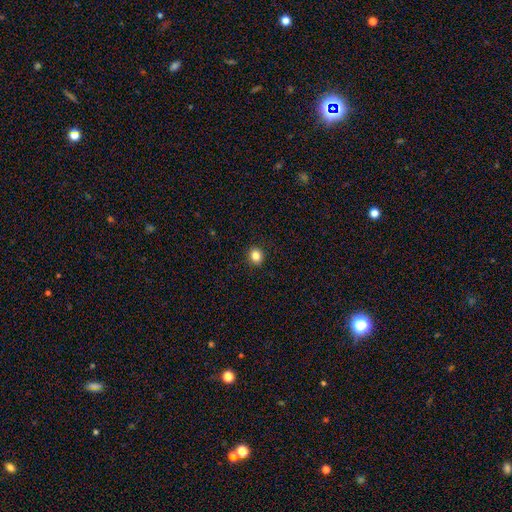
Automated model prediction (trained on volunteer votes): Smooth or featured: smooth — 84% (star or artifact — 11%)
How rounded: round — 81% (in between — 18%)
Merging: none — 92% (minor disturbance — 5%)